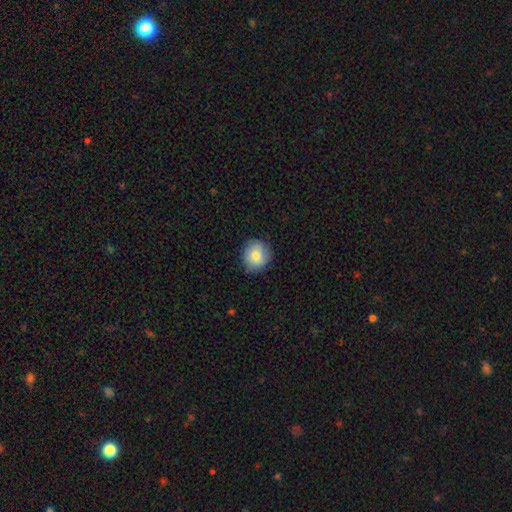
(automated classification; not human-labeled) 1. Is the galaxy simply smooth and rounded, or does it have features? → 83% smooth, 10% featured or disk, 7% star or artifact.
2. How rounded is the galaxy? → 84% round, 16% in between, 1% cigar-shaped.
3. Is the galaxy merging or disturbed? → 83% none, 14% minor disturbance, 3% major disturbance, 1% merger.